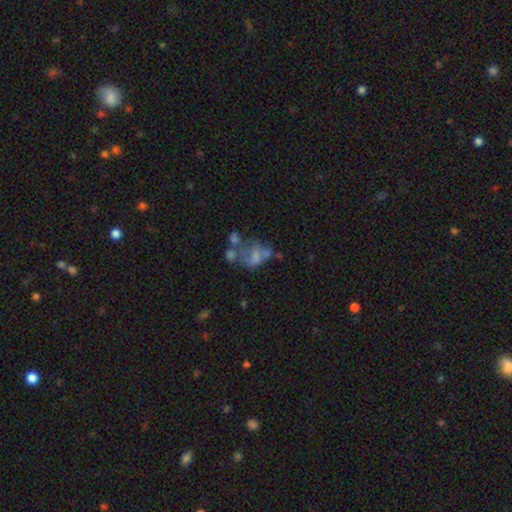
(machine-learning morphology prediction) A smooth galaxy with no disk features (44%). Merging: merger (36%).